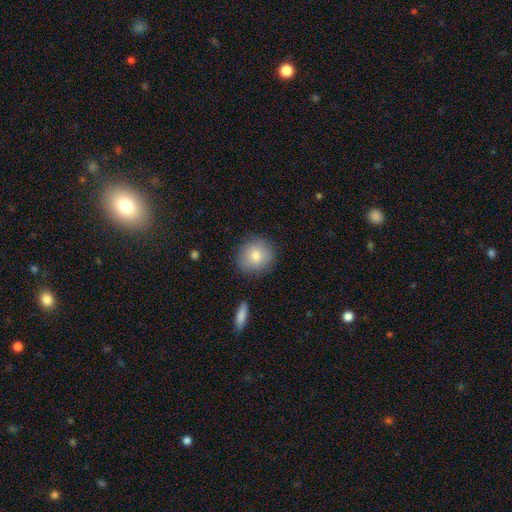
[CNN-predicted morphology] The model was most divided on "smooth or featured": smooth: 80%, featured or disk: 12%, star or artifact: 8%. More confident: how rounded — round (86%); merging — none (85%).